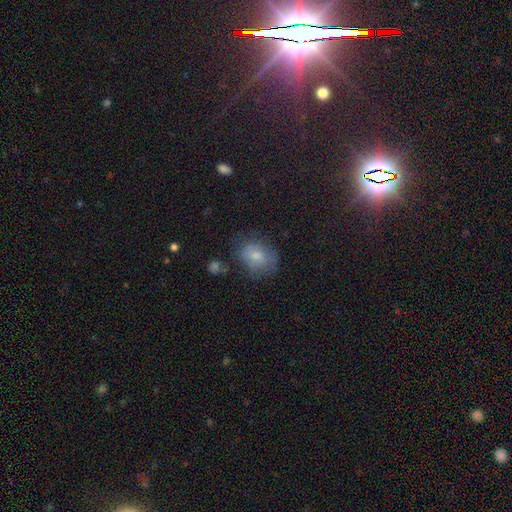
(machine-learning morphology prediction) Smooth or featured? Predicted: smooth (p=0.76). How rounded? Predicted: in between (p=0.57). Merging? Predicted: none (p=0.62).